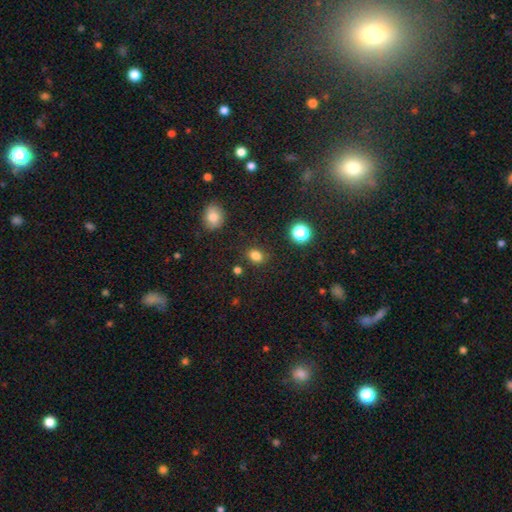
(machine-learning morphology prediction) Q: Smooth or featured?
A: smooth (80%); runner-up: star or artifact (14%)
Q: How rounded?
A: in between (53%); runner-up: round (46%)
Q: Merging?
A: none (84%); runner-up: minor disturbance (10%)